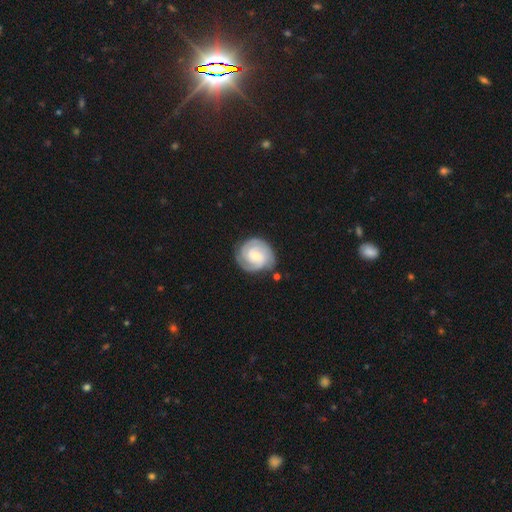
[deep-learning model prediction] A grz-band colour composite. It shows a featured or disk galaxy (79%) with no bar (57%), 2 (47%) tight (68%) spiral arms (96%) and a small central bulge (51%). Merging: none (76%).